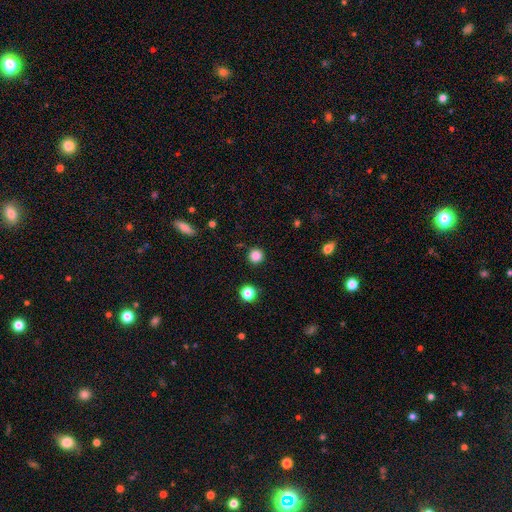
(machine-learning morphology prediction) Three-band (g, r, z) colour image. It shows a smooth galaxy with no disk features (85%) that is round (96%). Merging: none (90%).